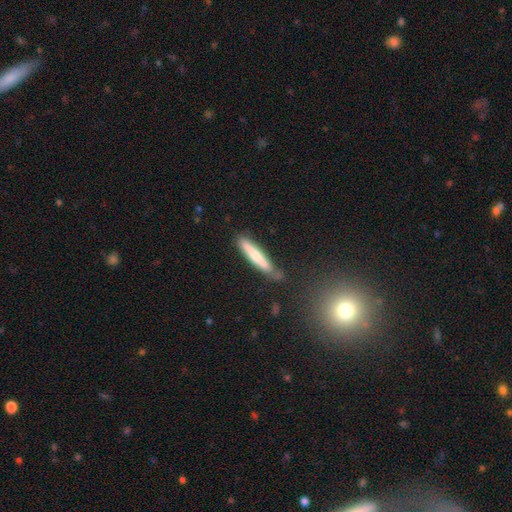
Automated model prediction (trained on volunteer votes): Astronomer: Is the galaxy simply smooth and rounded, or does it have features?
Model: smooth — 64%.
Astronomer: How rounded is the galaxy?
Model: cigar-shaped — 92%.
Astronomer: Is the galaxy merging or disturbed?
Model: none — 76%.